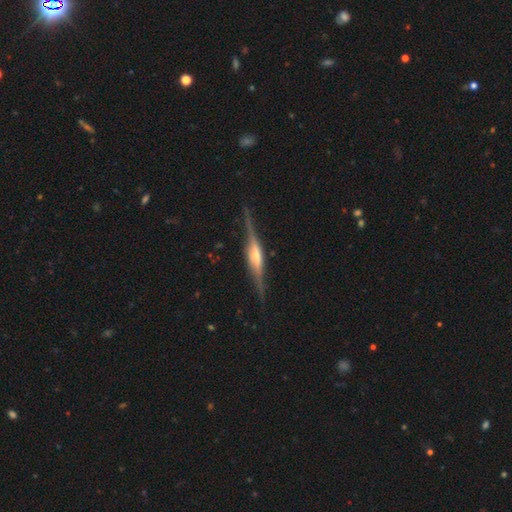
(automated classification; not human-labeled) A featured or disk galaxy (82%) viewed edge-on (97%) with a rounded central bulge (55%).

Vote fractions:
- Smooth or featured? featured or disk: 82% / smooth: 12% / star or artifact: 5%
- Edge-on disk? yes: 97% / no: 3%
- Edge-on bulge? rounded: 55% / boxy: 36% / none: 10%
- Merging? none: 83% / minor disturbance: 13% / major disturbance: 3% / merger: 1%